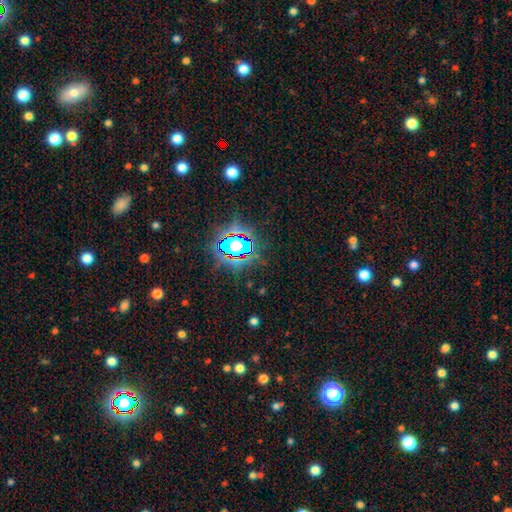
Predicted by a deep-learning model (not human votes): Smooth or featured: star or artifact — 82% (smooth — 11%)